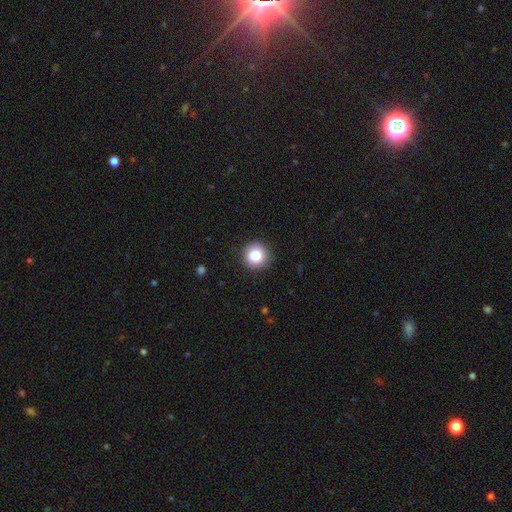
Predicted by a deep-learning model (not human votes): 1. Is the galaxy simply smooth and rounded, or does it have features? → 84% smooth, 10% star or artifact, 7% featured or disk.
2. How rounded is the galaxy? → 94% round, 5% in between, 1% cigar-shaped.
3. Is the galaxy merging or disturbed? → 91% none, 6% minor disturbance, 2% major disturbance, 1% merger.